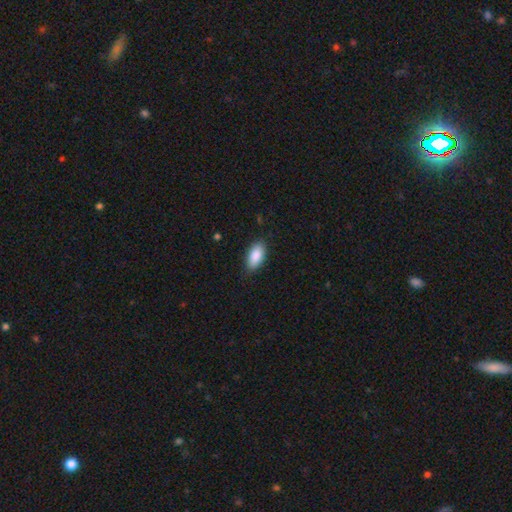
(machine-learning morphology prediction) Smooth or featured: smooth — 89% (star or artifact — 6%)
How rounded: in between — 92% (cigar-shaped — 5%)
Merging: none — 85% (minor disturbance — 11%)